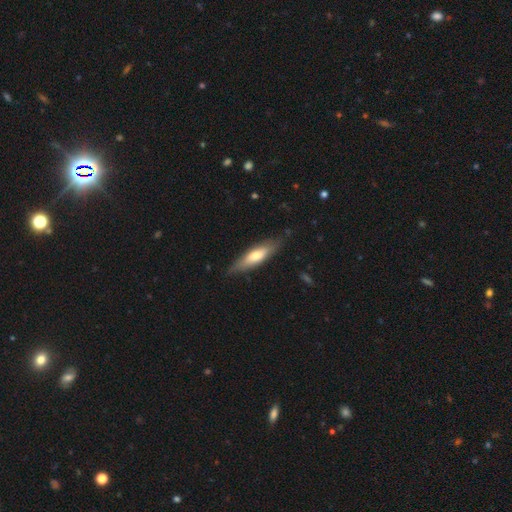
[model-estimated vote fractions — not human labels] A smooth galaxy with no disk features (59%) that is cigar-shaped (66%).

Vote fractions:
- Smooth or featured? smooth: 59% / featured or disk: 36% / star or artifact: 5%
- How rounded? cigar-shaped: 66% / in between: 32% / round: 2%
- Merging? none: 80% / minor disturbance: 16% / major disturbance: 3% / merger: 1%